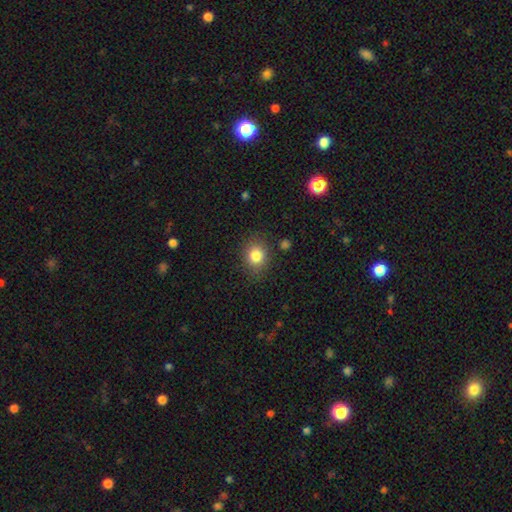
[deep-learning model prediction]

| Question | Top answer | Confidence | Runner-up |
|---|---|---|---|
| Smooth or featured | smooth | 83% | star or artifact (10%) |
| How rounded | round | 70% | in between (30%) |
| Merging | none | 83% | minor disturbance (11%) |